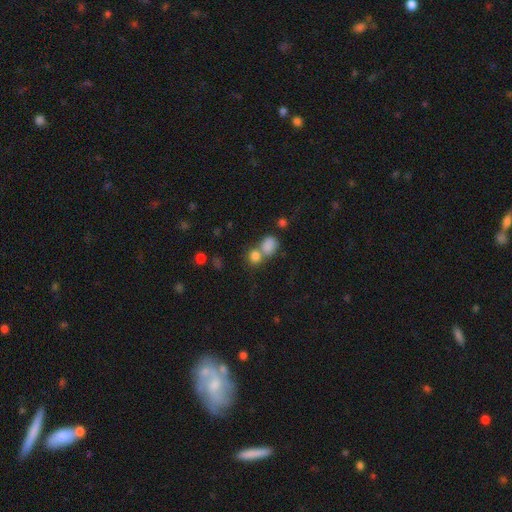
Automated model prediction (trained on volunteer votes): smooth_or_featured: smooth (p=0.81) [alt: star or artifact p=0.12]
how_rounded: round (p=0.66) [alt: in between p=0.33]
merging: merger (p=0.51) [alt: none p=0.38]